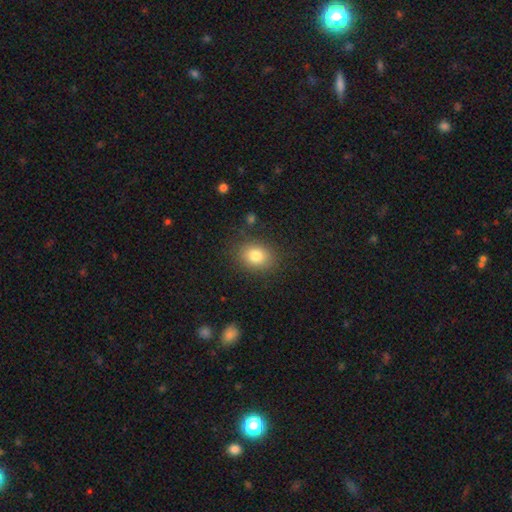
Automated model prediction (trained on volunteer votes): Smooth or featured? smooth (81%)
How rounded? in between (52%)
Merging? none (85%)